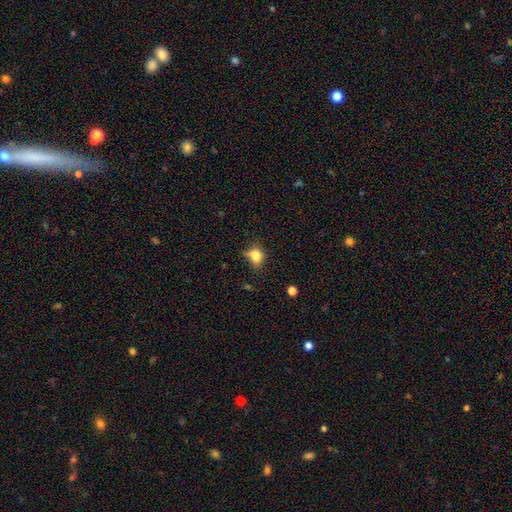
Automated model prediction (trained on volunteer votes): Overall: smooth (77%). How rounded: round (50%; in between 48%). Merging: none (45%; minor disturbance 35%).